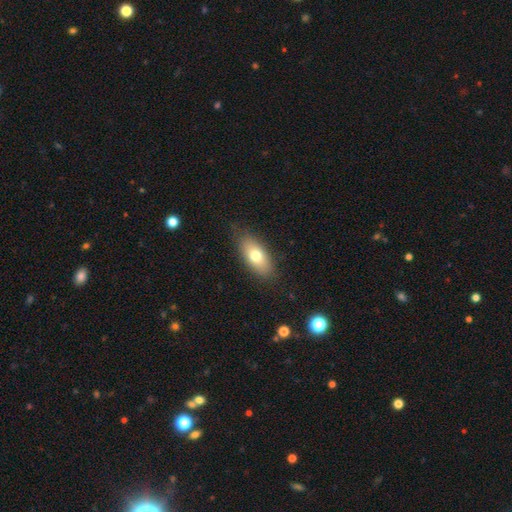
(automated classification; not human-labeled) This appears to be a smooth galaxy with no disk features (72%) that is in between round and cigar-shaped (85%). Merging: none (83%).